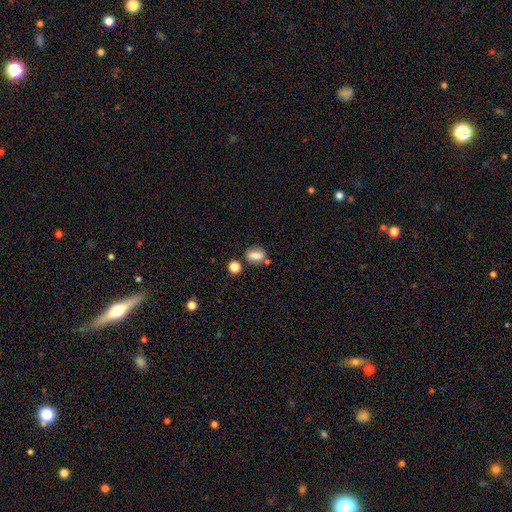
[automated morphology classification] A smooth galaxy with no disk features (75%) that is in between round and cigar-shaped (72%).

Vote fractions:
- Smooth or featured? smooth: 75% / featured or disk: 15% / star or artifact: 11%
- How rounded? in between: 72% / round: 23% / cigar-shaped: 5%
- Merging? none: 64% / minor disturbance: 18% / merger: 13% / major disturbance: 6%